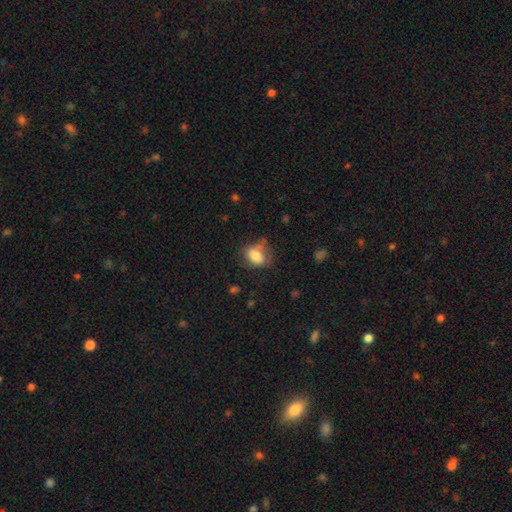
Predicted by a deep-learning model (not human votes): smooth 77%, featured or disk 14%, star or artifact 9%. Down the decision tree: how rounded — in between (69%); merging — none (49%).